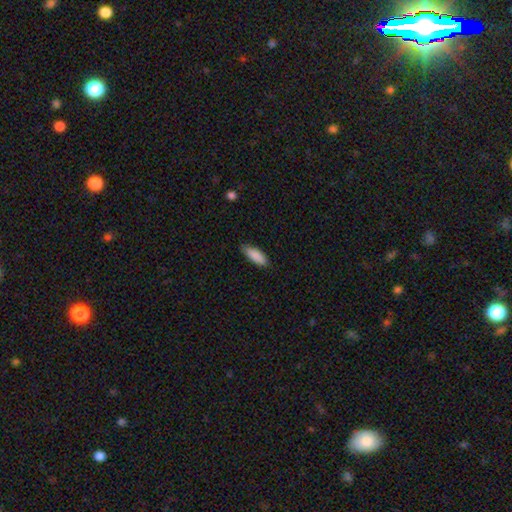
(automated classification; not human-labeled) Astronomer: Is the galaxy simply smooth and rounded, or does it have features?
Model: smooth — 89%.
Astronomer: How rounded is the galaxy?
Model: in between — 69%.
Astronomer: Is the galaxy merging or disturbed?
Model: none — 80%.